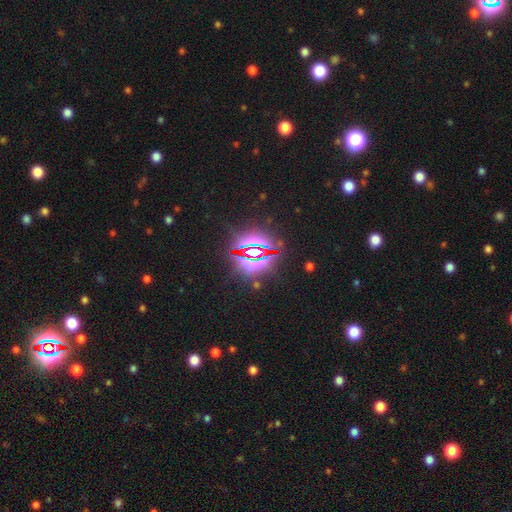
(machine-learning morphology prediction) Smooth or featured: star or artifact — 83% (smooth — 8%)